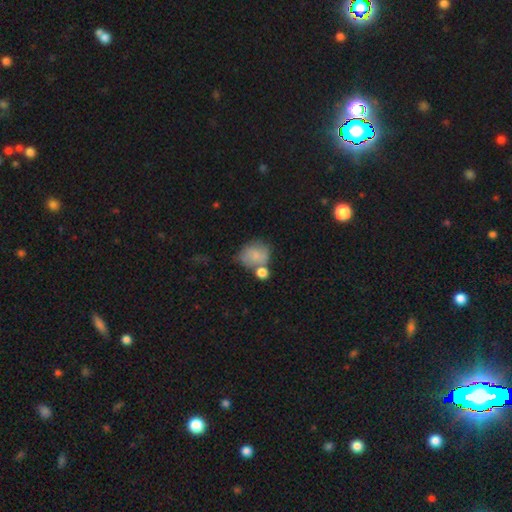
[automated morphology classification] Smooth or featured? smooth (72%)
How rounded? round (60%)
Merging? none (42%)